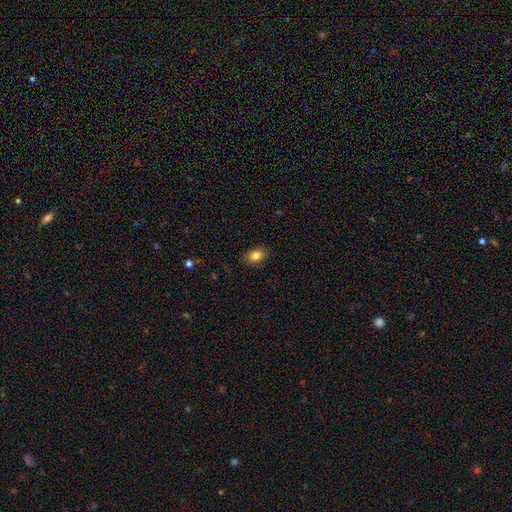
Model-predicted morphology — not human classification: A smooth galaxy with no disk features (83%) that is in between round and cigar-shaped (80%).

Vote fractions:
- Smooth or featured? smooth: 83% / star or artifact: 9% / featured or disk: 8%
- How rounded? in between: 80% / round: 18% / cigar-shaped: 1%
- Merging? none: 86% / minor disturbance: 11% / major disturbance: 3% / merger: 1%